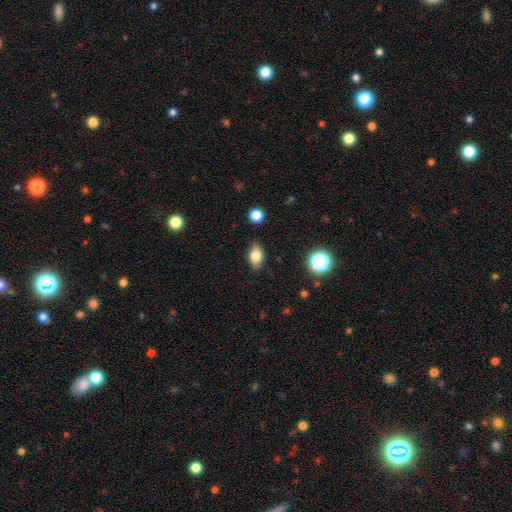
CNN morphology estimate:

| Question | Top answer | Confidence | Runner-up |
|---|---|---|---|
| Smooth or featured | smooth | 78% | featured or disk (12%) |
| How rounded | in between | 86% | round (11%) |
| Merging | none | 83% | minor disturbance (13%) |